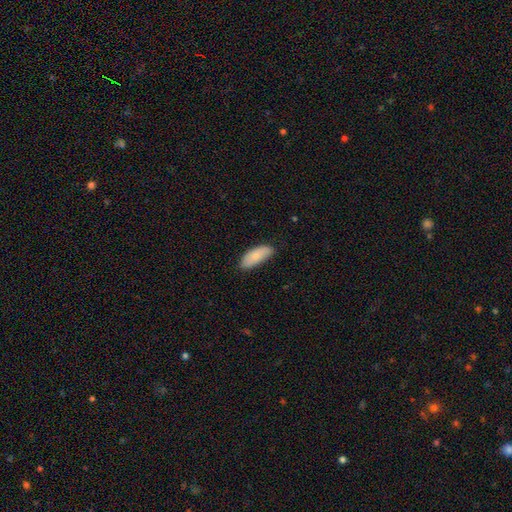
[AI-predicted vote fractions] Morphology: type=smooth (81%); roundness=in between (82%); merging=none (78%).